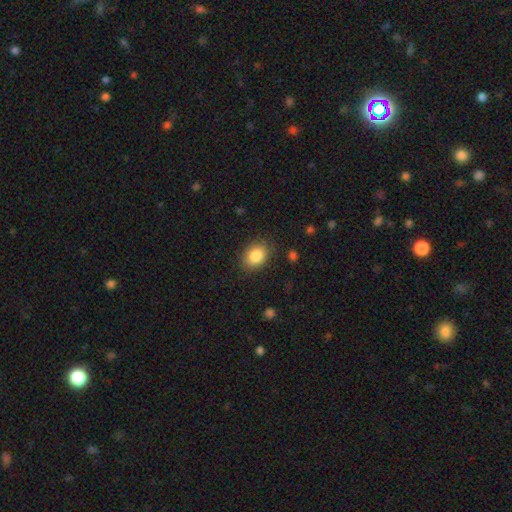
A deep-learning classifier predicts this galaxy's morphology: A smooth galaxy with no disk features (85%) that is in between round and cigar-shaped (67%). Merging: none (84%).